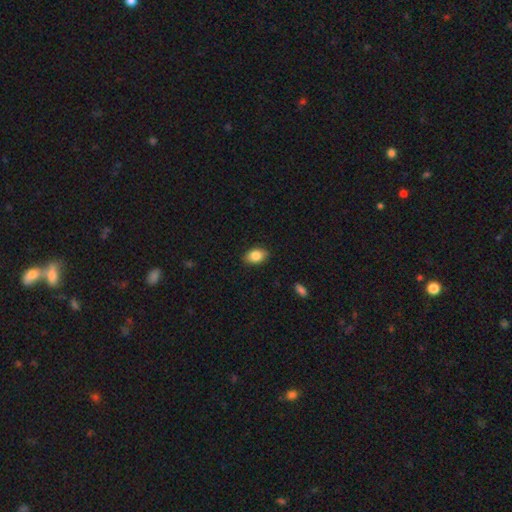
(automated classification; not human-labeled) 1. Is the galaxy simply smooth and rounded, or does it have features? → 85% smooth, 8% star or artifact, 8% featured or disk.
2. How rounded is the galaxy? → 85% in between, 14% round, 2% cigar-shaped.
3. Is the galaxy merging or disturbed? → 87% none, 10% minor disturbance, 2% major disturbance, 1% merger.